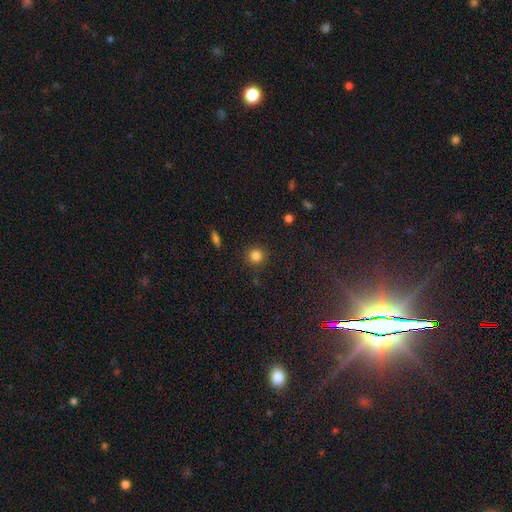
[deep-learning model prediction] Q: Smooth or featured?
A: smooth (83%); runner-up: star or artifact (12%)
Q: How rounded?
A: round (91%); runner-up: in between (8%)
Q: Merging?
A: none (88%); runner-up: minor disturbance (8%)